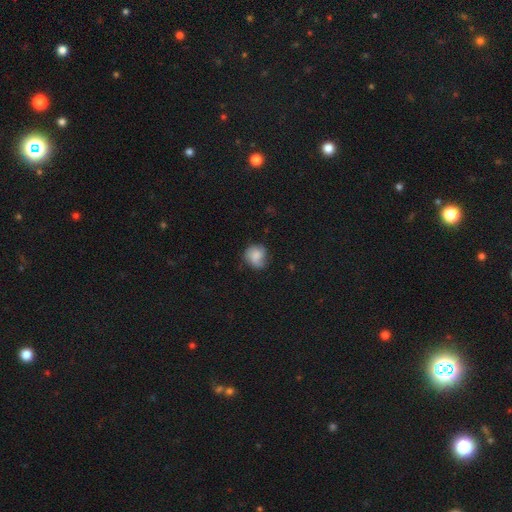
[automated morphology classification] type=smooth (61%); roundness=round (77%); merging=none (61%).